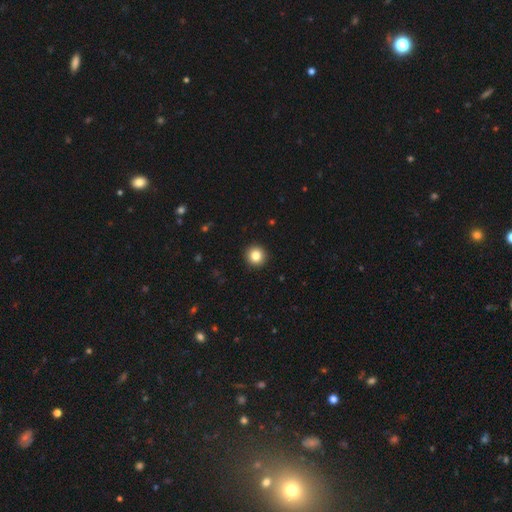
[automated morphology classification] smooth 83%, star or artifact 11%, featured or disk 6%. Down the decision tree: how rounded — round (95%); merging — none (93%).